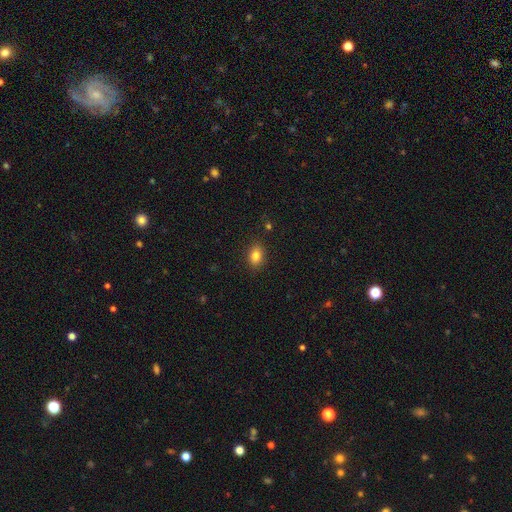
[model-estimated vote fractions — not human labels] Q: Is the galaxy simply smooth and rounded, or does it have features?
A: smooth — 83%.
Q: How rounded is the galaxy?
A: in between — 76%.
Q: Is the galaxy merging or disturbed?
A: none — 86%.